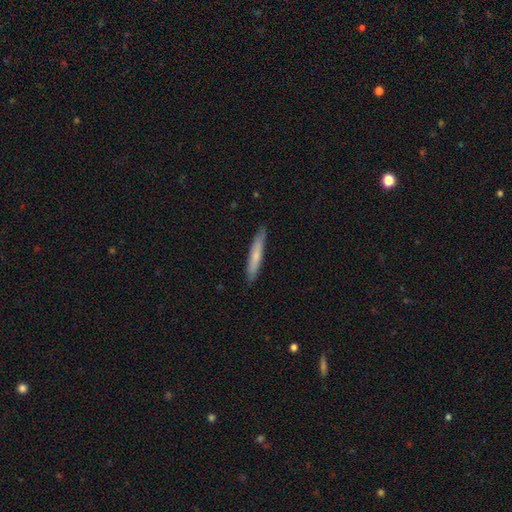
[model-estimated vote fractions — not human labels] This appears to be a smooth galaxy with no disk features (66%) that is cigar-shaped (94%). Merging: none (90%).